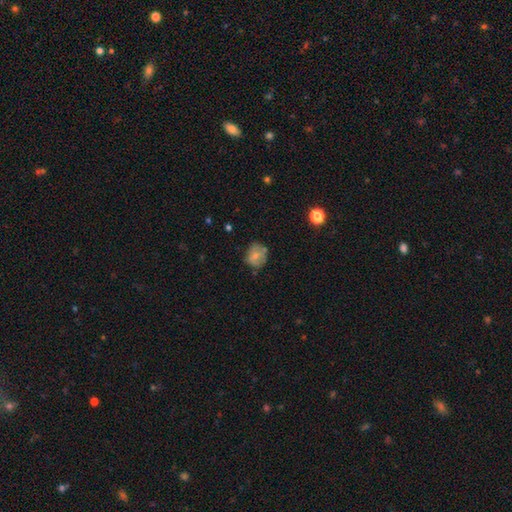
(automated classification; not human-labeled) Q: Smooth or featured?
A: smooth (64%); runner-up: featured or disk (26%)
Q: How rounded?
A: round (64%); runner-up: in between (35%)
Q: Merging?
A: none (58%); runner-up: minor disturbance (28%)